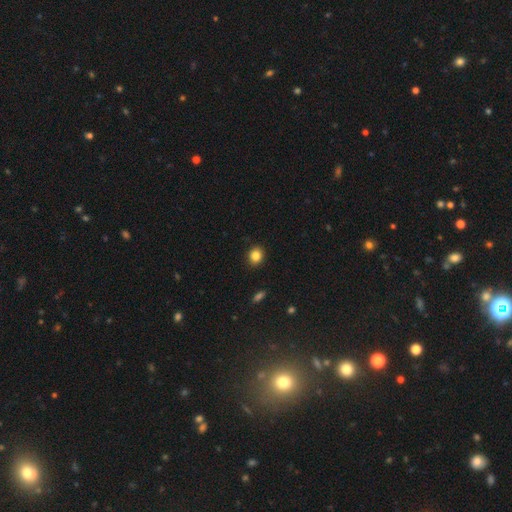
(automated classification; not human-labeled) A smooth galaxy with no disk features (85%) that is round (74%). Merging: none (91%).